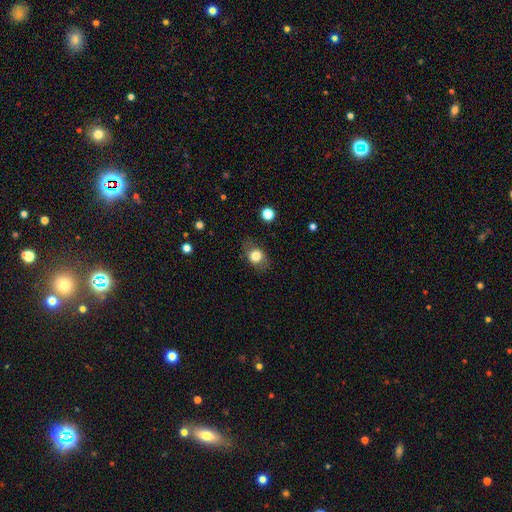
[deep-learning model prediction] The model was most divided on "how rounded": in between: 55%, round: 44%, cigar-shaped: 2%. More confident: merging — none (77%); smooth or featured — smooth (74%).